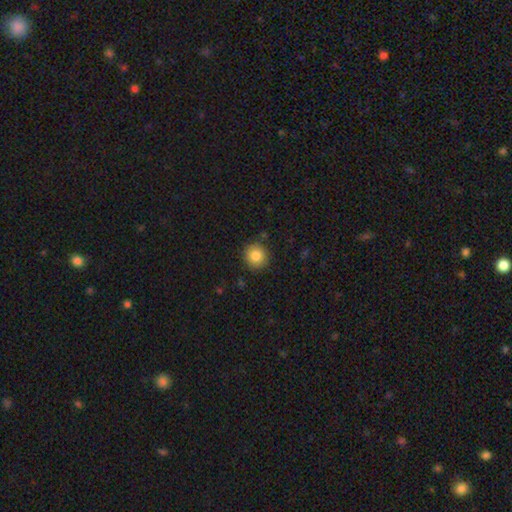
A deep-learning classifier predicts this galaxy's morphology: Smooth or featured? Predicted: smooth (p=0.84). How rounded? Predicted: round (p=0.92). Merging? Predicted: none (p=0.89).